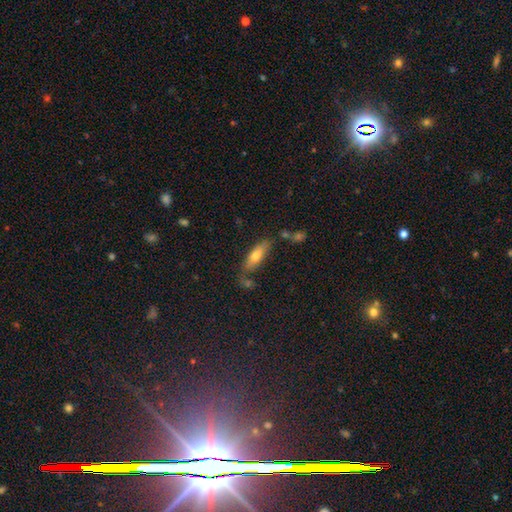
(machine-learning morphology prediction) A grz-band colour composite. It shows a smooth galaxy with no disk features (61%) that is in between round and cigar-shaped (50%). Merging: none (70%).